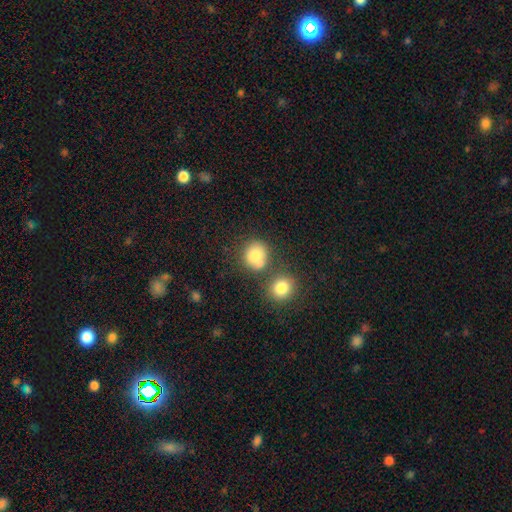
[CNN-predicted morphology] type=smooth (81%); roundness=round (83%); merging=none (61%).